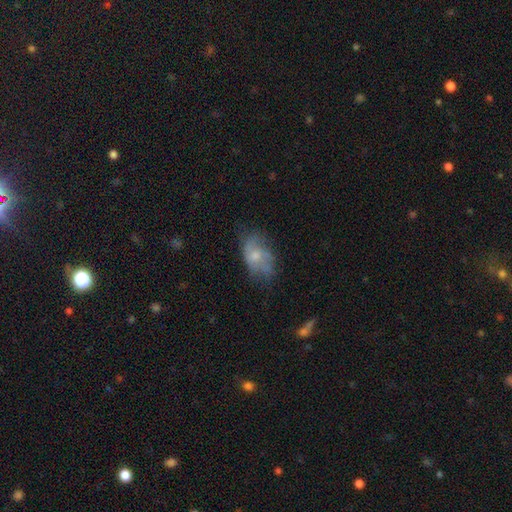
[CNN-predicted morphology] This is possibly a smooth galaxy (47%). Merging: possibly none (48%).